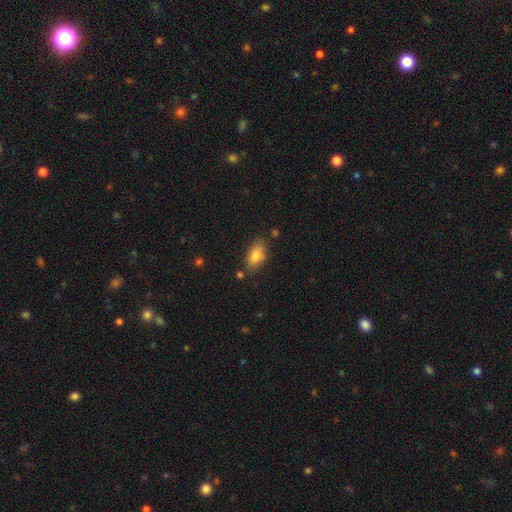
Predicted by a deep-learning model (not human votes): A smooth galaxy with no disk features (82%) that is in between round and cigar-shaped (88%).

Vote fractions:
- Smooth or featured? smooth: 82% / featured or disk: 10% / star or artifact: 8%
- How rounded? in between: 88% / cigar-shaped: 7% / round: 5%
- Merging? none: 75% / minor disturbance: 17% / merger: 4% / major disturbance: 4%